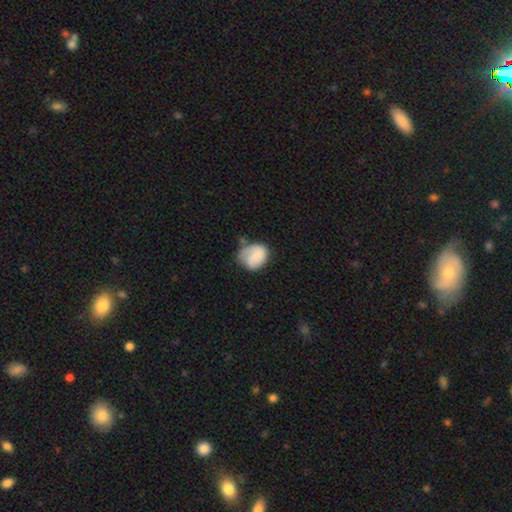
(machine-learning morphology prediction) Q: Smooth or featured?
A: smooth (67%); runner-up: featured or disk (26%)
Q: How rounded?
A: round (51%); runner-up: in between (49%)
Q: Merging?
A: none (37%); runner-up: minor disturbance (35%)